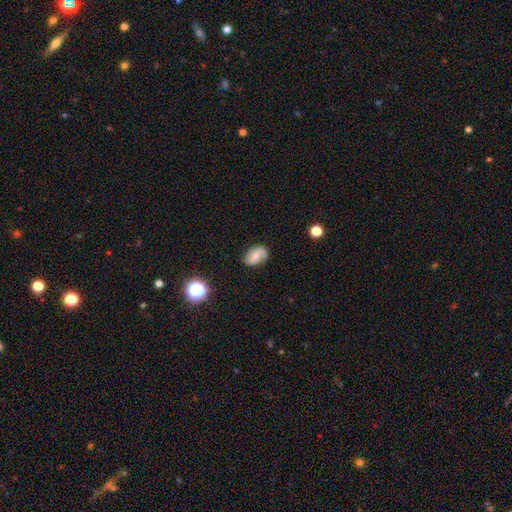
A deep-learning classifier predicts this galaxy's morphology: Smooth or featured?
  - smooth: 46% *
  - featured or disk: 44%
  - star or artifact: 10%
Merging?
  - none: 76% *
  - minor disturbance: 18%
  - major disturbance: 4%
  - merger: 1%